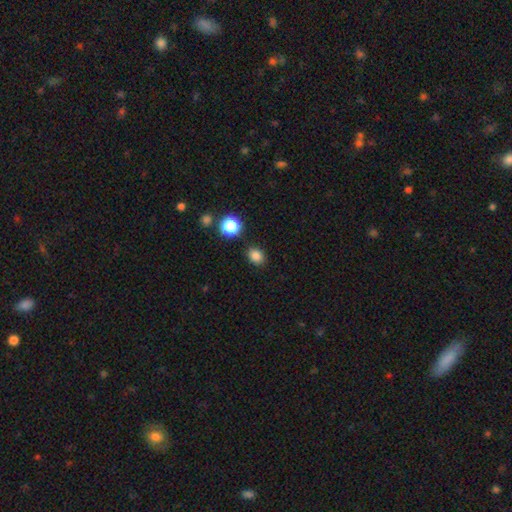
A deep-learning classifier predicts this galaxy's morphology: The model was most divided on "how rounded": in between: 51%, round: 48%, cigar-shaped: 1%. More confident: merging — none (85%); smooth or featured — smooth (83%).